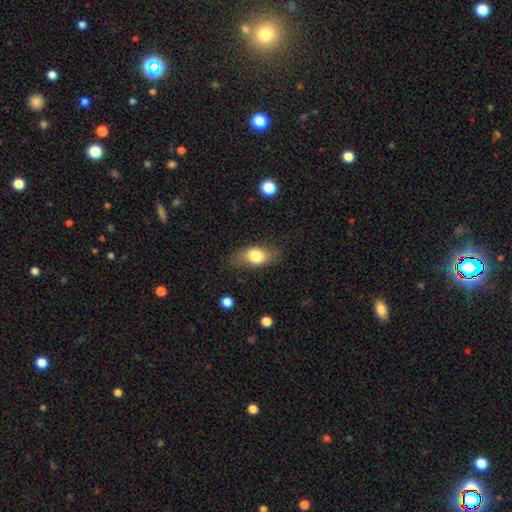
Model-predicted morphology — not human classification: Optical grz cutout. It shows a smooth galaxy with no disk features (76%) that is in between round and cigar-shaped (83%). Merging: none (75%).